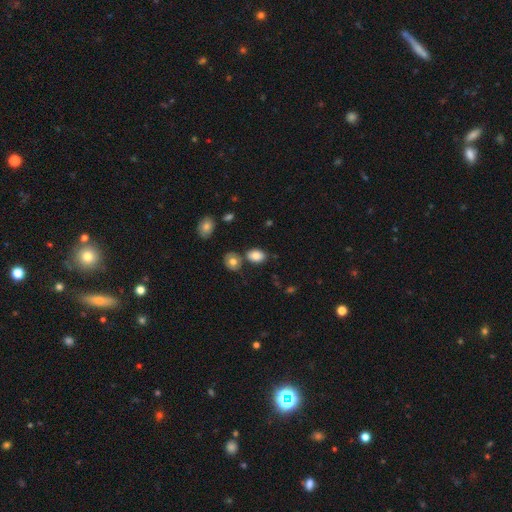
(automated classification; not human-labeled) This appears to be a smooth galaxy with no disk features (83%) that is in between round and cigar-shaped (75%). Merging: none (67%).